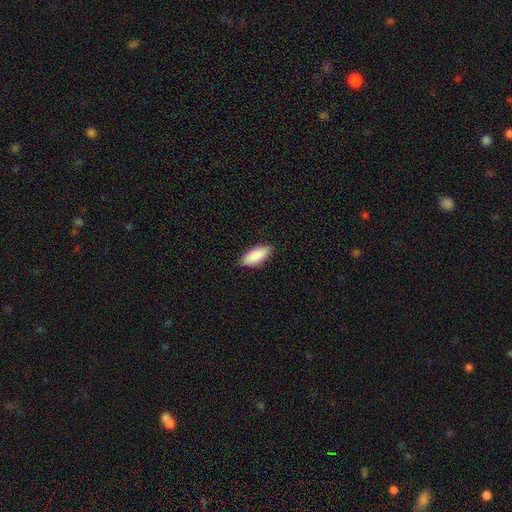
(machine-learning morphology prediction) A smooth galaxy with no disk features (90%) that is in between round and cigar-shaped (83%). Merging: none (88%).